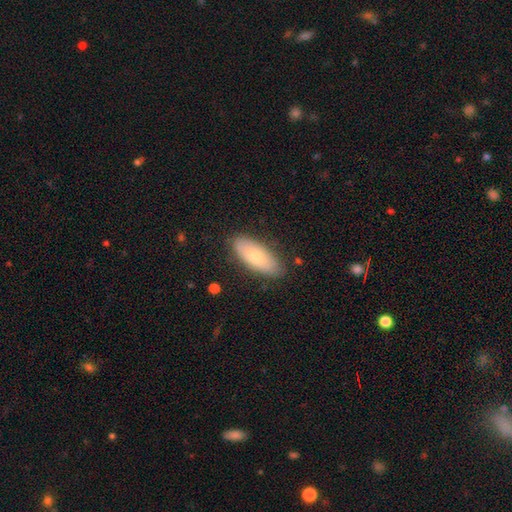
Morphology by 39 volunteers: Smooth or featured? smooth (64%)
How rounded? in between (76%)
Merging? none (82%)